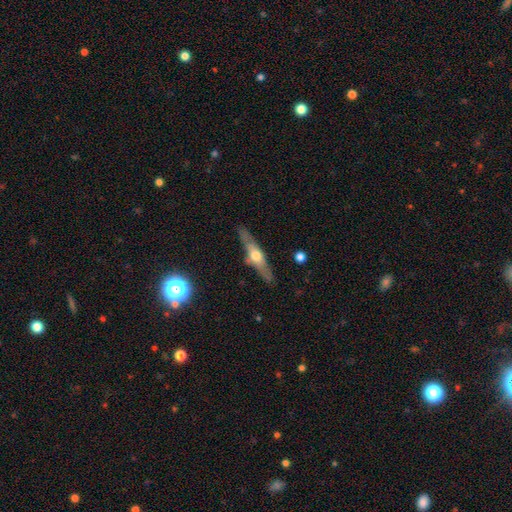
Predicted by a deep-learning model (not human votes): featured or disk 66%, smooth 29%, star or artifact 6%. Down the decision tree: edge-on disk — yes (92%); edge-on bulge — rounded (91%); merging — none (83%).